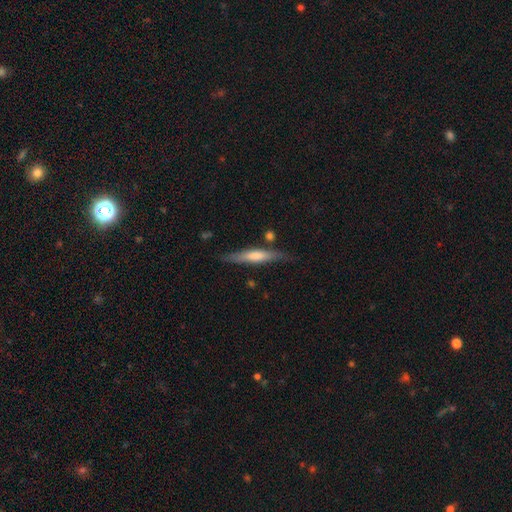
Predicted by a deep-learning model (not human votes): A featured or disk galaxy (48%).

Vote fractions:
- Smooth or featured? featured or disk: 48% / smooth: 46% / star or artifact: 6%
- Merging? none: 79% / minor disturbance: 14% / merger: 4% / major disturbance: 3%